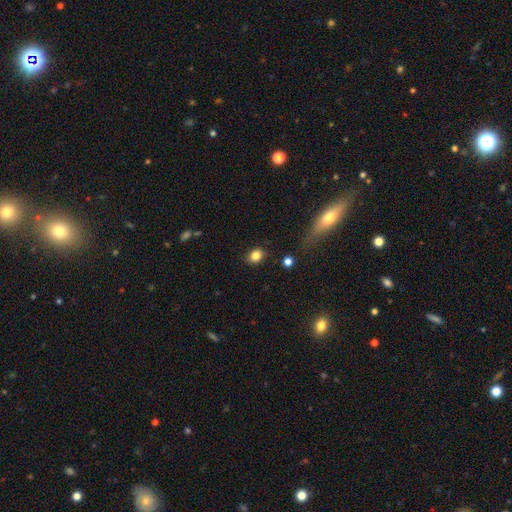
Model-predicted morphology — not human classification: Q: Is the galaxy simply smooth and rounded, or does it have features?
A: smooth — 83%.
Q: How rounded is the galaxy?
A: round — 49%, tied with in between.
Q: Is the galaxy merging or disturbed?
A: none — 84%.